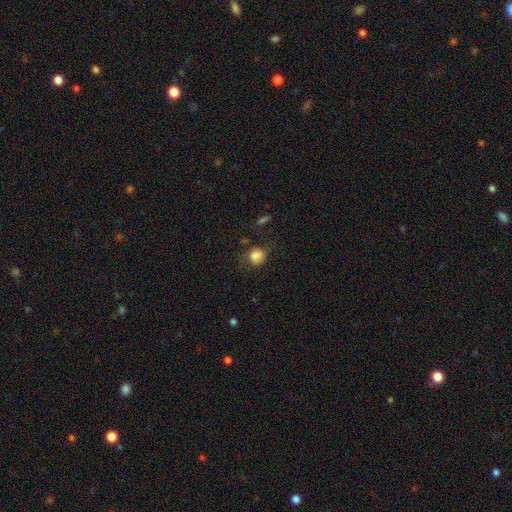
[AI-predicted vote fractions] Q: Smooth or featured?
A: smooth (81%); runner-up: star or artifact (11%)
Q: How rounded?
A: round (61%); runner-up: in between (37%)
Q: Merging?
A: none (58%); runner-up: minor disturbance (25%)